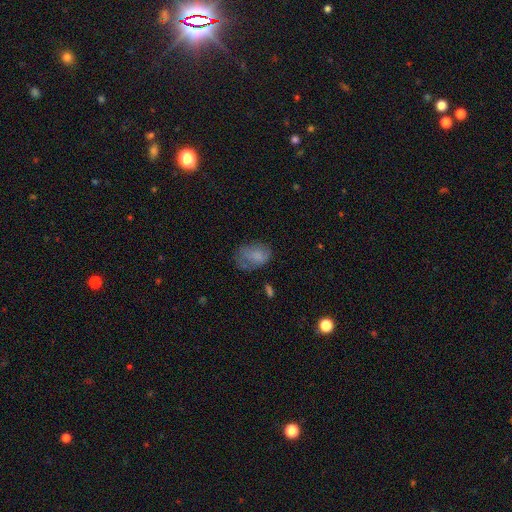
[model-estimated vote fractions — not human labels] The model was most divided on "merging": none: 47%, minor disturbance: 30%, major disturbance: 19%, merger: 4%. More confident: how rounded — in between (80%); smooth or featured — smooth (74%).